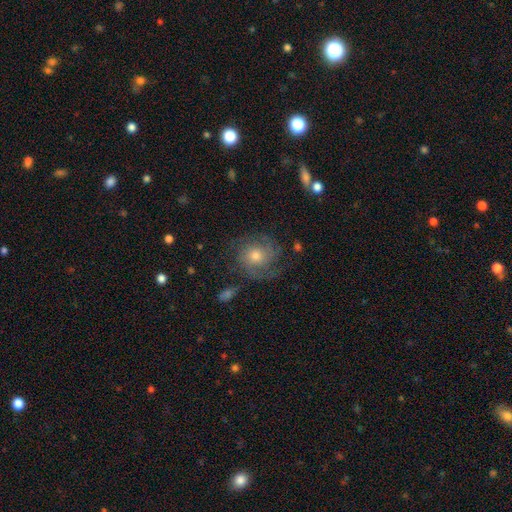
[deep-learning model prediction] featured or disk 73%, smooth 17%, star or artifact 9%. Down the decision tree: edge-on disk — no (97%); bar — no (79%); spiral arms — yes (93%); spiral arm count — 2 (37%); spiral winding — tight (49%); bulge size — moderate (61%); merging — none (69%).